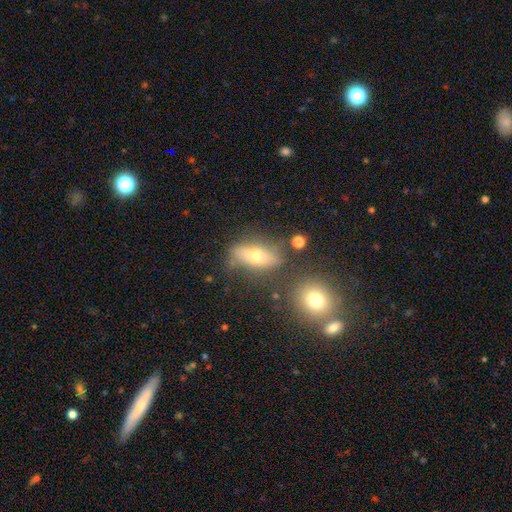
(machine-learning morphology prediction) Smooth or featured: smooth — 49% (featured or disk — 36%)
Merging: none — 65% (minor disturbance — 18%)